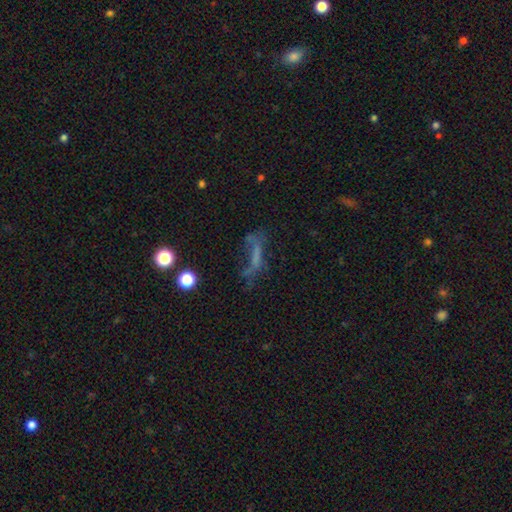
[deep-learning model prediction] Smooth or featured: featured or disk — 36% (tied with smooth — 36%)
Merging: none — 37% (major disturbance — 34%)